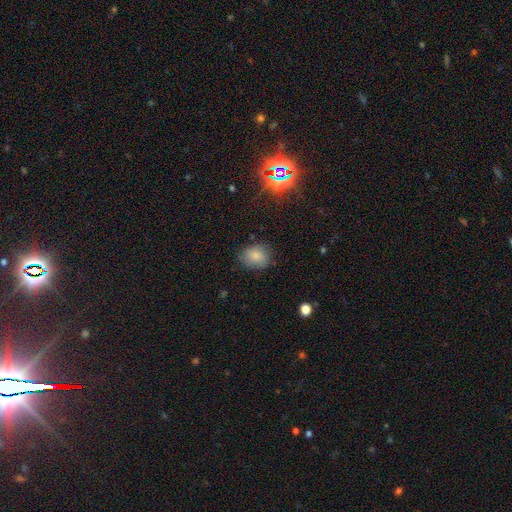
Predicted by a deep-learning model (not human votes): Overall: smooth (81%). How rounded: round (54%; in between 45%). Merging: none (77%).